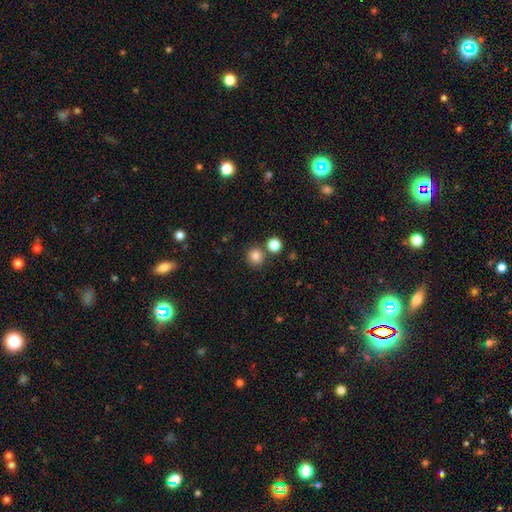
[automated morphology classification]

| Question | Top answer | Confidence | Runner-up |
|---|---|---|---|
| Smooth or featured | smooth | 83% | star or artifact (12%) |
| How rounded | round | 92% | in between (7%) |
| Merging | none | 76% | merger (14%) |